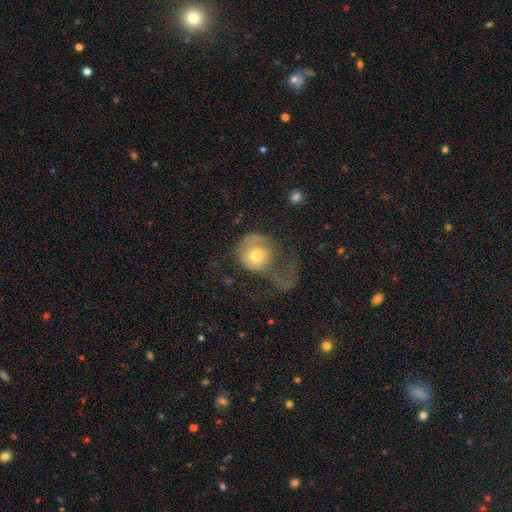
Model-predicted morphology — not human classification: The model was most divided on "smooth or featured": smooth: 53%, featured or disk: 39%, star or artifact: 8%. More confident: how rounded — round (78%); merging — major disturbance (64%).